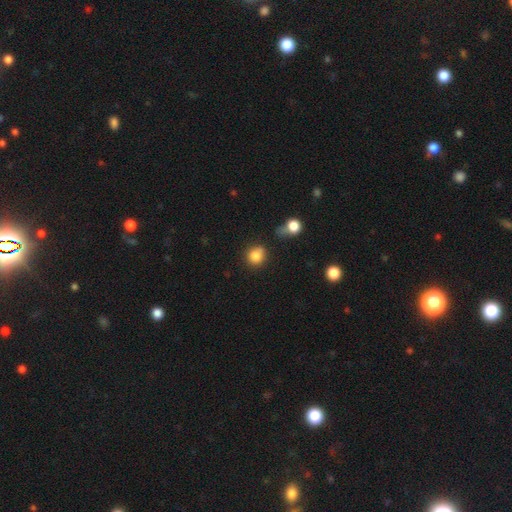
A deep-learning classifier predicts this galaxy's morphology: smooth_or_featured: smooth (p=0.83) [alt: star or artifact p=0.11]
how_rounded: round (p=0.84) [alt: in between p=0.15]
merging: none (p=0.67) [alt: minor disturbance p=0.18]